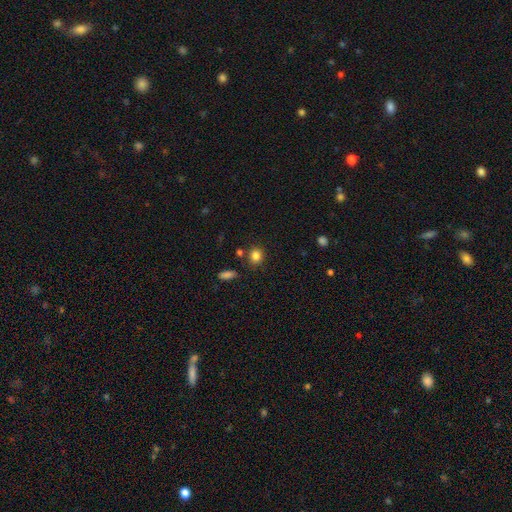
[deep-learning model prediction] Smooth or featured? Predicted: smooth (p=0.84). How rounded? Predicted: round (p=0.78). Merging? Predicted: none (p=0.80).